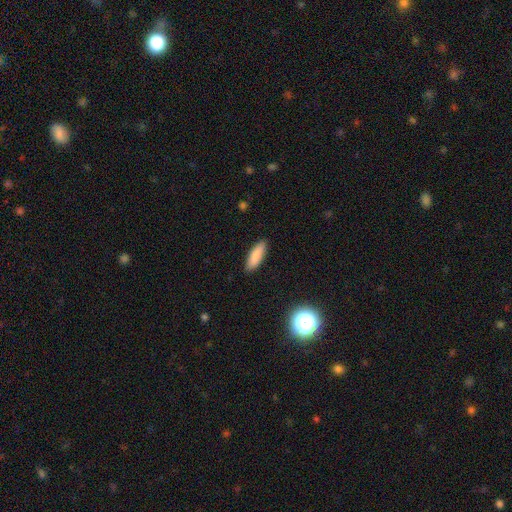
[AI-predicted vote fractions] smooth-or-featured: smooth: 86% | featured or disk: 7% | star or artifact: 7%
  how-rounded: in between: 50% | cigar-shaped: 48% | round: 2%
  merging: none: 89% | minor disturbance: 8% | major disturbance: 2% | merger: 1%